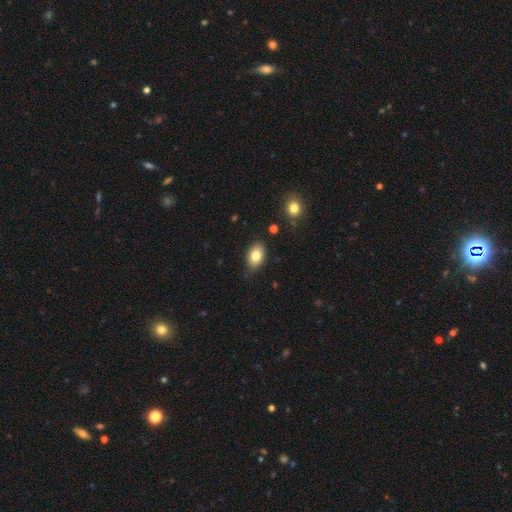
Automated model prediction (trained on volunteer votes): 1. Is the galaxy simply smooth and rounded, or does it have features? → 81% smooth, 11% featured or disk, 8% star or artifact.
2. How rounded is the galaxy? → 88% in between, 10% round, 2% cigar-shaped.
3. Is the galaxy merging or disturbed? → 79% none, 16% minor disturbance, 3% major disturbance, 2% merger.